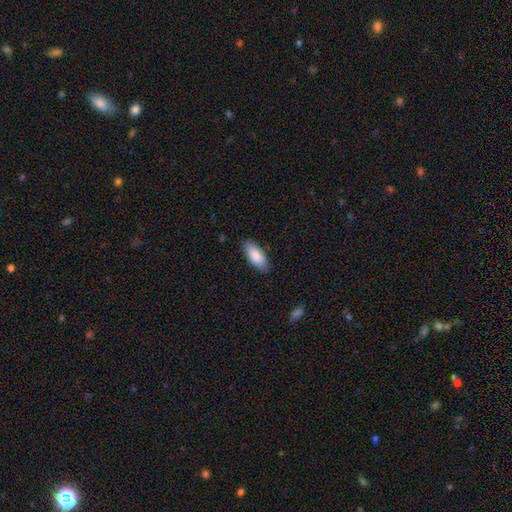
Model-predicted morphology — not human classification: Smooth or featured? Predicted: smooth (p=0.87). How rounded? Predicted: in between (p=0.86). Merging? Predicted: none (p=0.86).